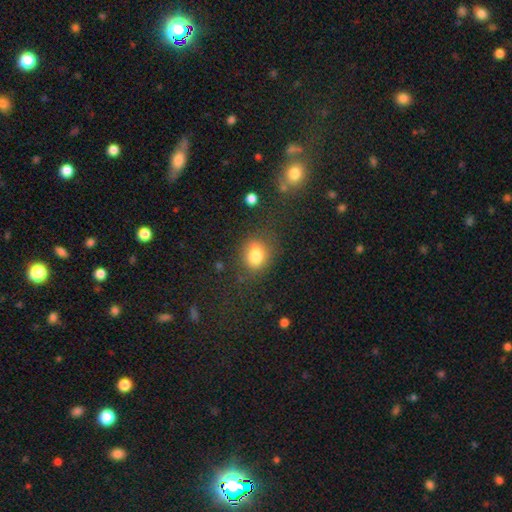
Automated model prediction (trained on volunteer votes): Morphology: type=smooth (81%); roundness=round (62%); merging=none (72%).